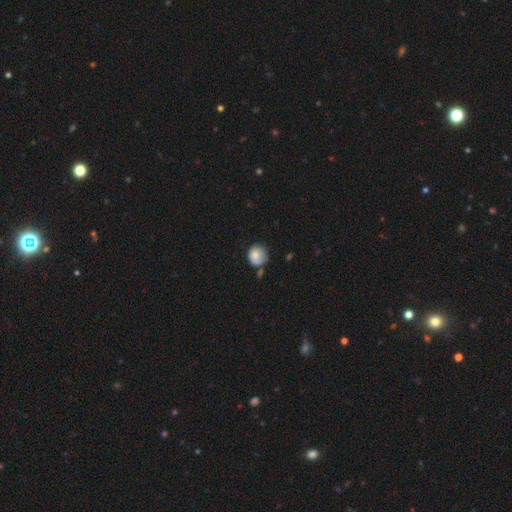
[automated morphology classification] smooth 78%, featured or disk 14%, star or artifact 8%. Down the decision tree: how rounded — round (84%); merging — none (57%).